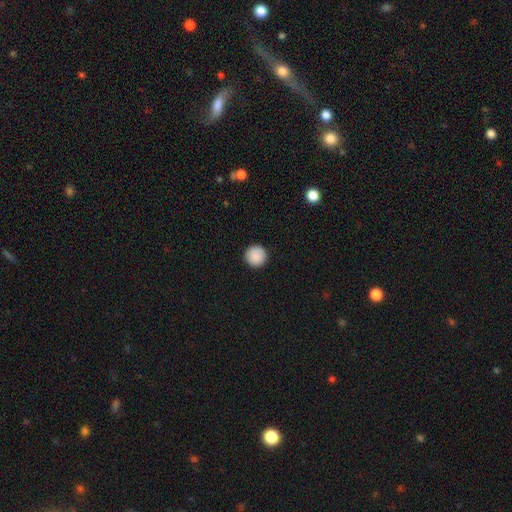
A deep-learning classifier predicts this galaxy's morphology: A smooth galaxy with no disk features (90%) that is round (97%). Merging: none (93%).